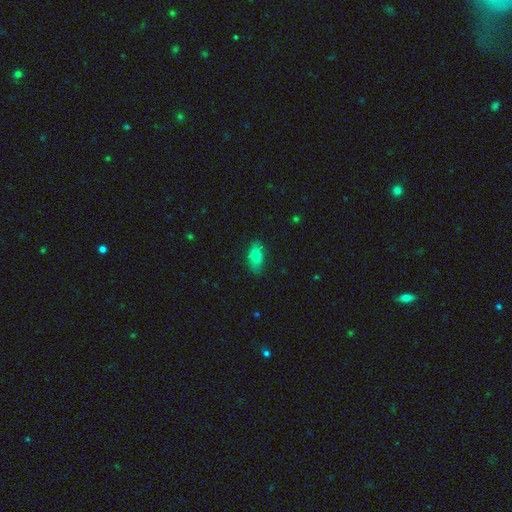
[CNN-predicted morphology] Smooth or featured?
  - smooth: 83% *
  - featured or disk: 9%
  - star or artifact: 8%
How rounded?
  - in between: 88% *
  - cigar-shaped: 9%
  - round: 4%
Merging?
  - none: 81% *
  - minor disturbance: 14%
  - major disturbance: 3%
  - merger: 1%